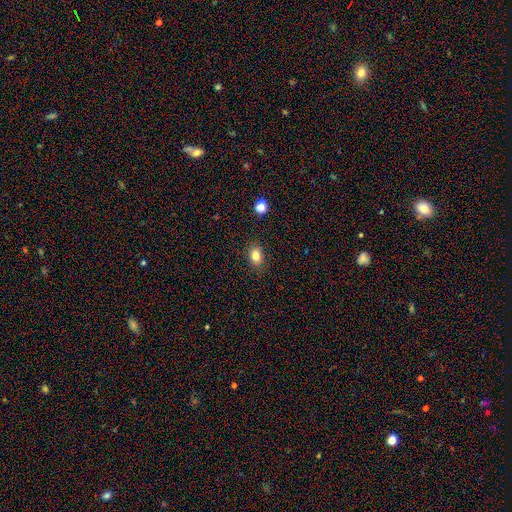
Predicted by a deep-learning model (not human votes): Morphology: type=smooth (81%); roundness=in between (72%); merging=none (87%).